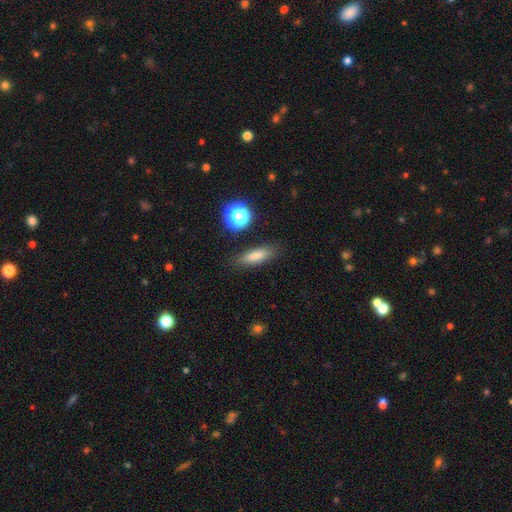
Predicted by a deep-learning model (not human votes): A smooth galaxy with no disk features (80%) that is cigar-shaped (51%).

Vote fractions:
- Smooth or featured? smooth: 80% / star or artifact: 11% / featured or disk: 9%
- How rounded? cigar-shaped: 51% / in between: 43% / round: 6%
- Merging? none: 83% / minor disturbance: 11% / major disturbance: 3% / merger: 2%